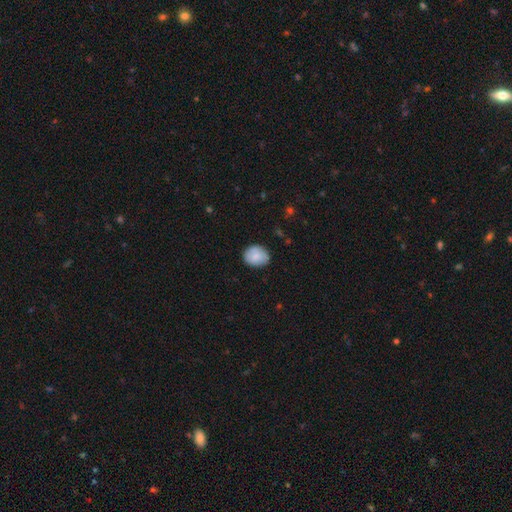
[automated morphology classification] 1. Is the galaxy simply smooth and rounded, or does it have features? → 81% smooth, 12% featured or disk, 7% star or artifact.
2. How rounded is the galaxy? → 55% round, 44% in between, 1% cigar-shaped.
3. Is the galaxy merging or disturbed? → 79% none, 17% minor disturbance, 3% major disturbance, 1% merger.